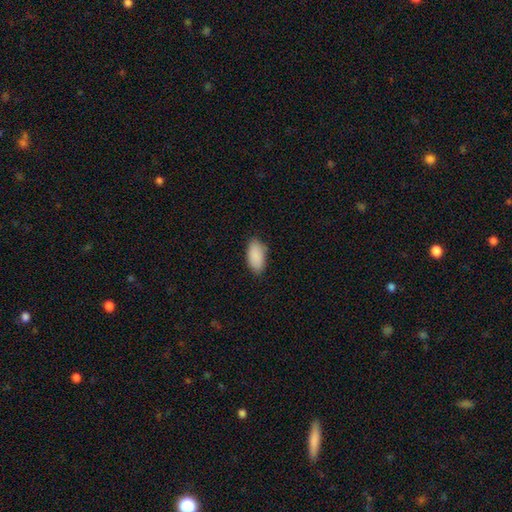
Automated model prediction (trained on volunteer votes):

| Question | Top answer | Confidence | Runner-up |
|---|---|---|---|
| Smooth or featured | smooth | 90% | star or artifact (6%) |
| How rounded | in between | 94% | cigar-shaped (4%) |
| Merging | none | 82% | minor disturbance (15%) |